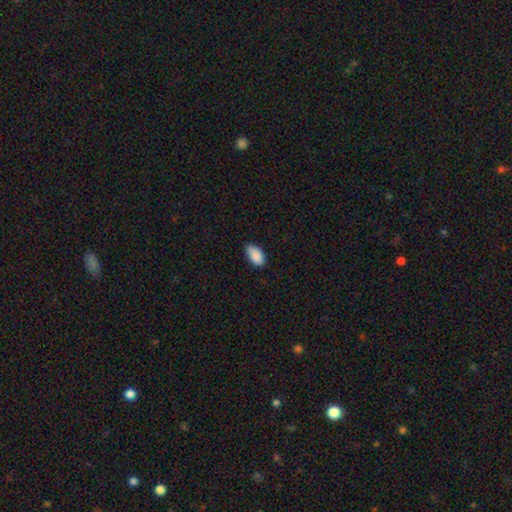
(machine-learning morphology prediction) smooth 89%, star or artifact 7%, featured or disk 4%. Down the decision tree: how rounded — in between (94%); merging — none (74%).